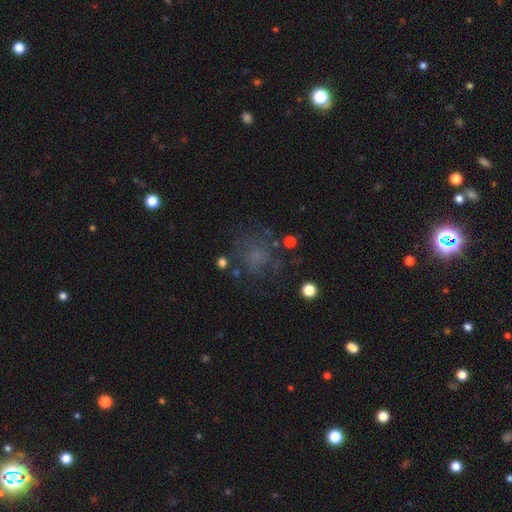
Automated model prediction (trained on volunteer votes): Morphology: type=smooth (47%); merging=none (59%).